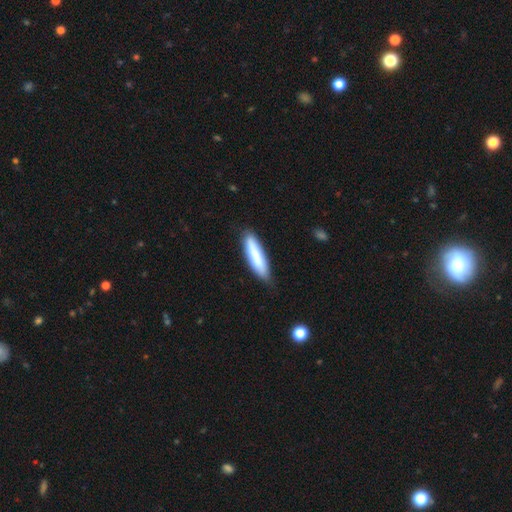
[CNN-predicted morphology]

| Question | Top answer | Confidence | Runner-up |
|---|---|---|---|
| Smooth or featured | smooth | 80% | featured or disk (15%) |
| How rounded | cigar-shaped | 73% | in between (25%) |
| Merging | none | 81% | minor disturbance (15%) |